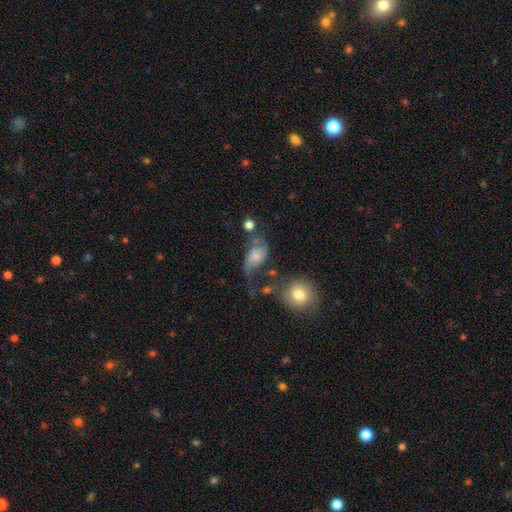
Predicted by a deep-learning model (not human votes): smooth_or_featured: featured or disk (p=0.50) [alt: smooth p=0.40]
disk_edge_on: no (p=0.96) [alt: yes p=0.04]
merging: major disturbance (p=0.35) [alt: none p=0.27]